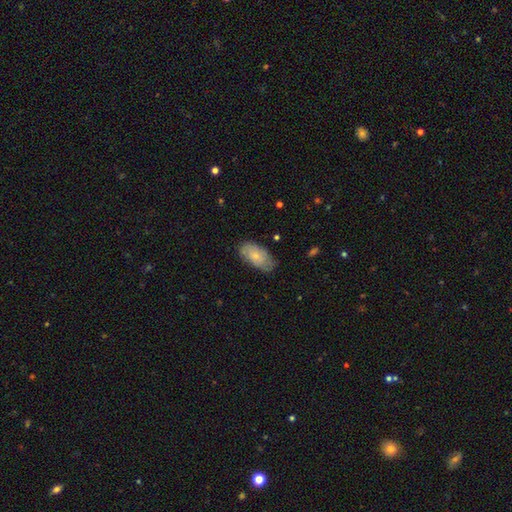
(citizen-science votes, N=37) This appears to be a smooth galaxy with no disk features (62%) that is in between round and cigar-shaped (100%). Merging: none (71%).